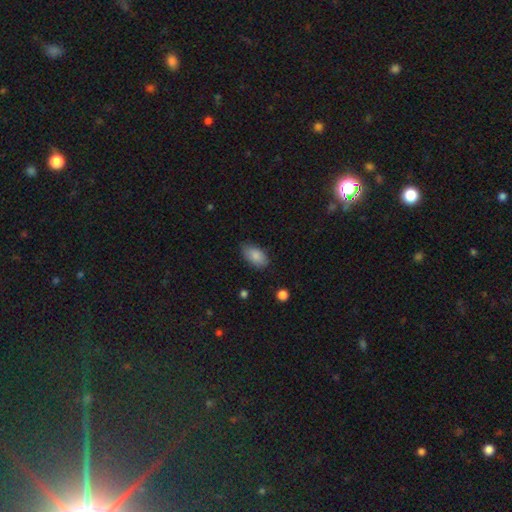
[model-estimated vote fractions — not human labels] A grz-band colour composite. It shows a smooth galaxy with no disk features (86%) that is in between round and cigar-shaped (93%). Merging: none (74%).